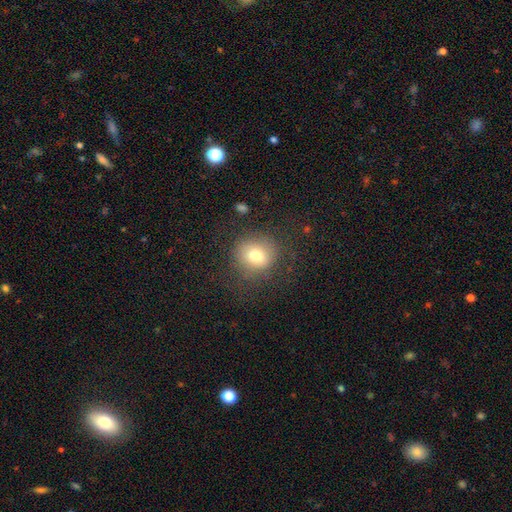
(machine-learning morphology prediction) This is likely a smooth galaxy (75%). How rounded: clearly round (85%). Merging: likely none (78%).